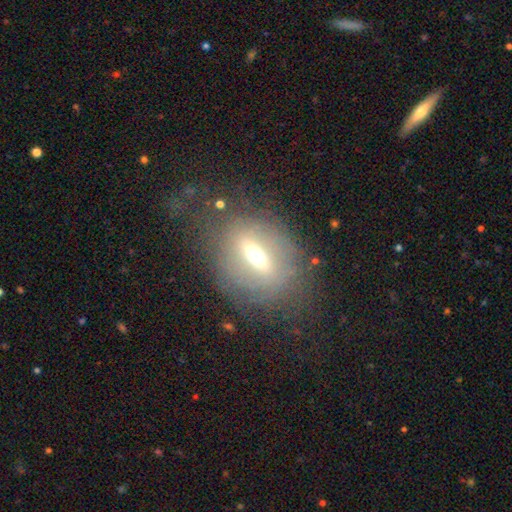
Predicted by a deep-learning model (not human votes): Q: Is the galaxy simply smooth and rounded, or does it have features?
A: featured or disk — 55%.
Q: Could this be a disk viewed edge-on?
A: no — 62%.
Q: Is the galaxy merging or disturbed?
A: none — 67%.